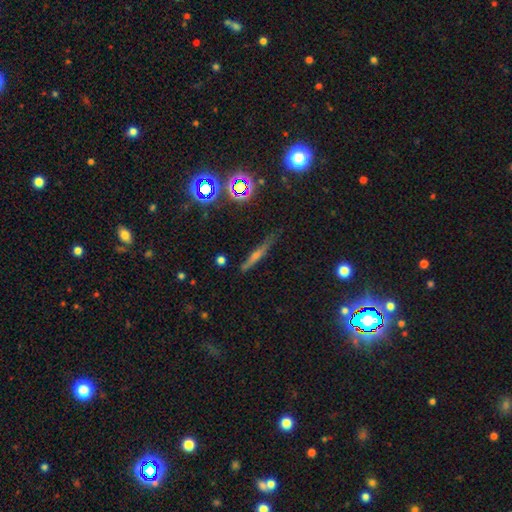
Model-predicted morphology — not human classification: type=featured or disk (48%); merging=none (80%).